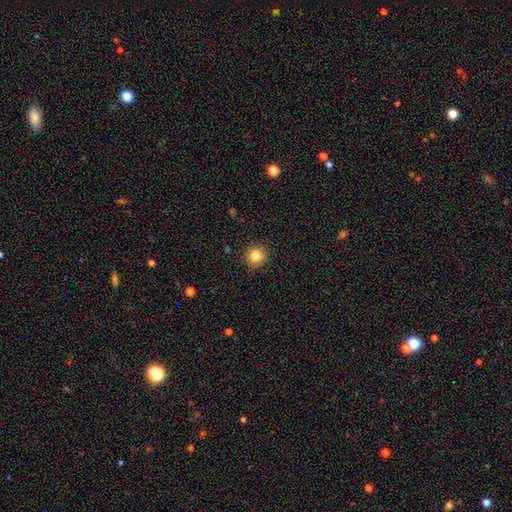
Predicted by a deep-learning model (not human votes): Smooth or featured? Predicted: smooth (p=0.83). How rounded? Predicted: round (p=0.94). Merging? Predicted: none (p=0.91).